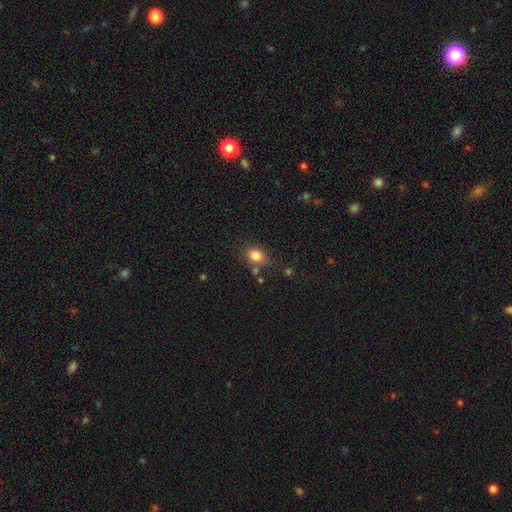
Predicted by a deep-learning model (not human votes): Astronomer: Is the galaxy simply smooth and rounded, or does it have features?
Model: smooth — 82%.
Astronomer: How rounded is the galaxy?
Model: in between — 51% (runner-up: round, 48%).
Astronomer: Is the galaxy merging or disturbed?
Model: none — 65%.